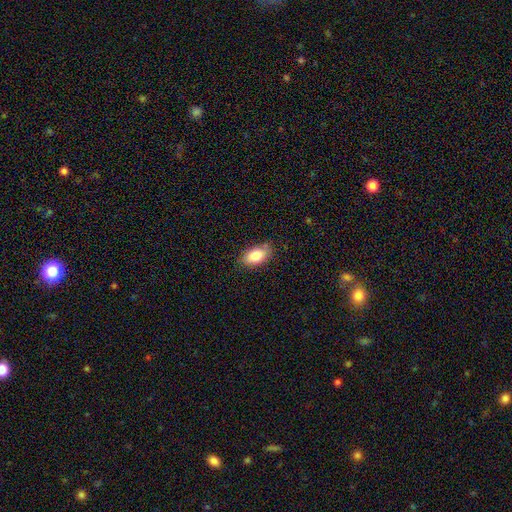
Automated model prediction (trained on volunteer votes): smooth_or_featured: smooth (p=0.83) [alt: featured or disk p=0.10]
how_rounded: in between (p=0.92) [alt: round p=0.06]
merging: none (p=0.79) [alt: minor disturbance p=0.16]